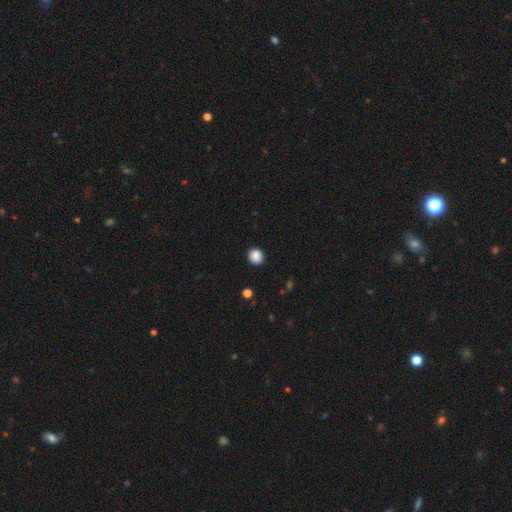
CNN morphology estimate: A smooth galaxy with no disk features (88%) that is round (85%).

Vote fractions:
- Smooth or featured? smooth: 88% / star or artifact: 9% / featured or disk: 3%
- How rounded? round: 85% / in between: 14% / cigar-shaped: 1%
- Merging? none: 90% / minor disturbance: 7% / major disturbance: 2% / merger: 1%